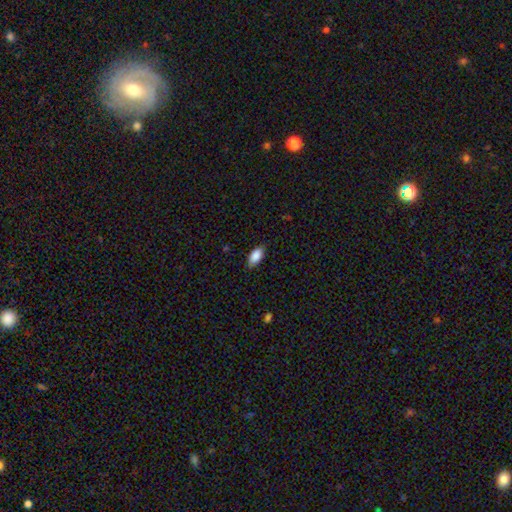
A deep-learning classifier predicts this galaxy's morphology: A smooth galaxy with no disk features (87%) that is in between round and cigar-shaped (90%). Merging: none (82%).